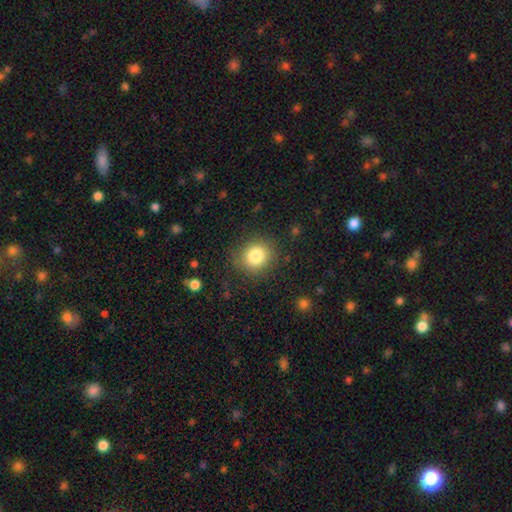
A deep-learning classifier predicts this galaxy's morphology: Smooth or featured? Predicted: smooth (p=0.82). How rounded? Predicted: round (p=0.82). Merging? Predicted: none (p=0.85).